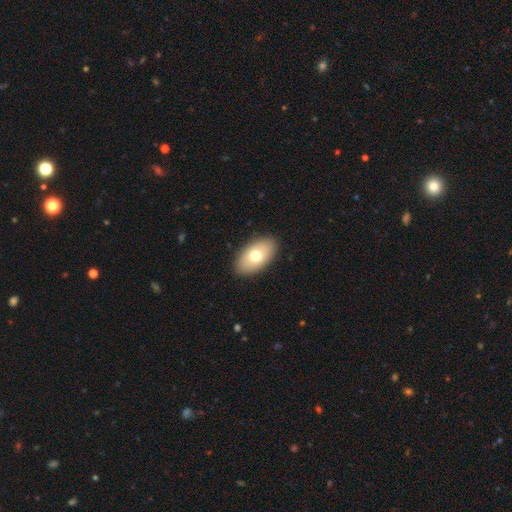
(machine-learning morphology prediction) Overall: smooth (72%). How rounded: in between (93%). Merging: none (88%).